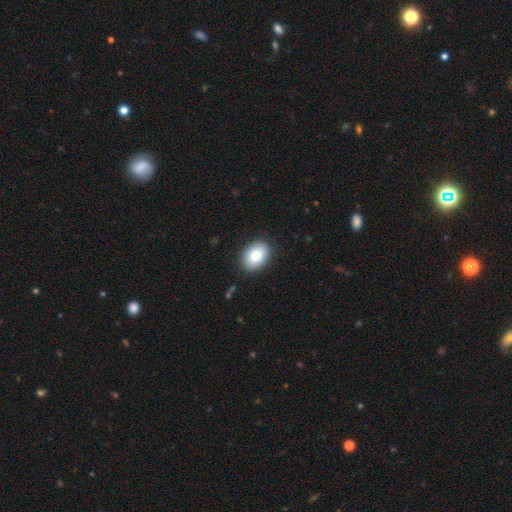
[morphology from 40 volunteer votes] smooth-or-featured: smooth: 85% | featured or disk: 8% | star or artifact: 8%
  how-rounded: in between: 82% | round: 18% | cigar-shaped: 0%
  merging: none: 84% | minor disturbance: 16% | major disturbance: 0% | merger: 0%